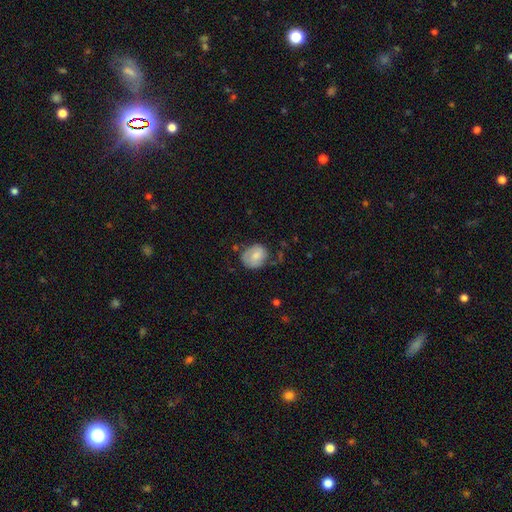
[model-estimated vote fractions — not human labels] This is likely a smooth galaxy (70%). How rounded: possibly round (55%). Merging: possibly none (57%).